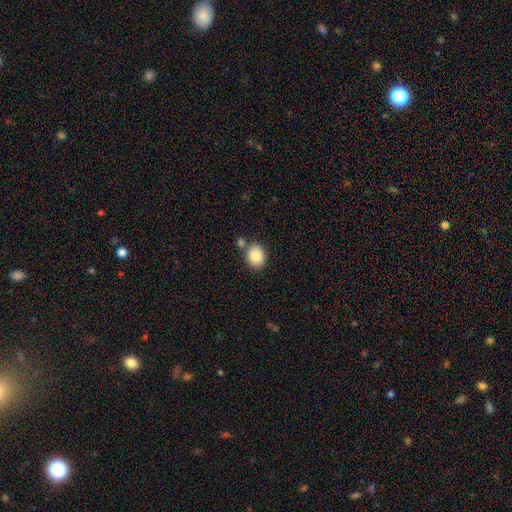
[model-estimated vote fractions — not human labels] This is clearly a smooth galaxy (85%). How rounded: possibly round (56%). Merging: likely none (72%).